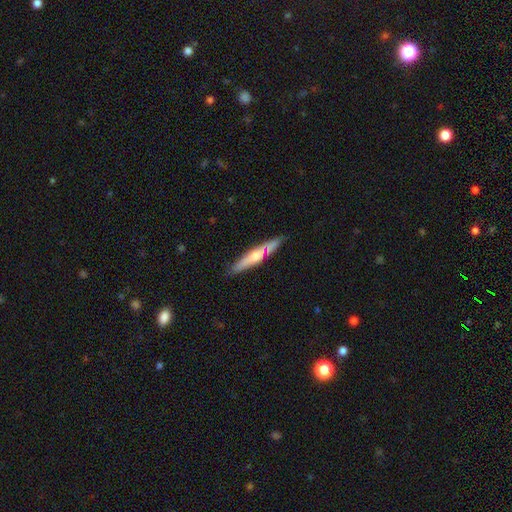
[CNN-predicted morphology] This is possibly a featured or disk galaxy (51%). It is clearly viewed edge-on (91%). Merging: likely none (79%).